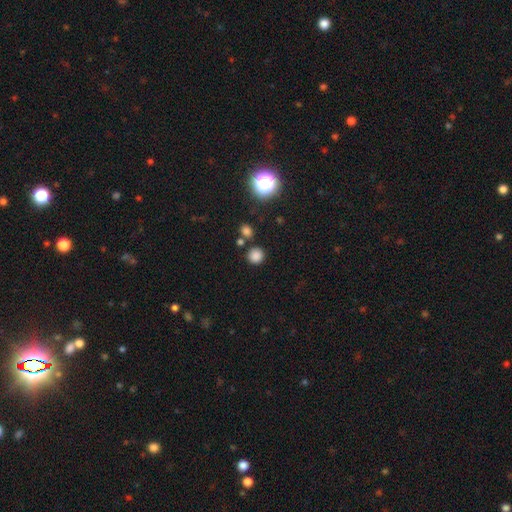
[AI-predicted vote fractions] smooth-or-featured: smooth: 81% | star or artifact: 15% | featured or disk: 4%
  how-rounded: round: 90% | in between: 9% | cigar-shaped: 1%
  merging: none: 80% | merger: 9% | minor disturbance: 8% | major disturbance: 3%